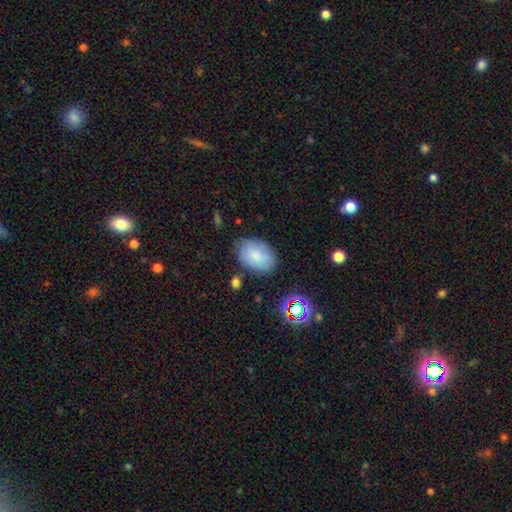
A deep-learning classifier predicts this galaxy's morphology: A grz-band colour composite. It shows a smooth galaxy with no disk features (72%) that is in between round and cigar-shaped (83%). Merging: none (75%).